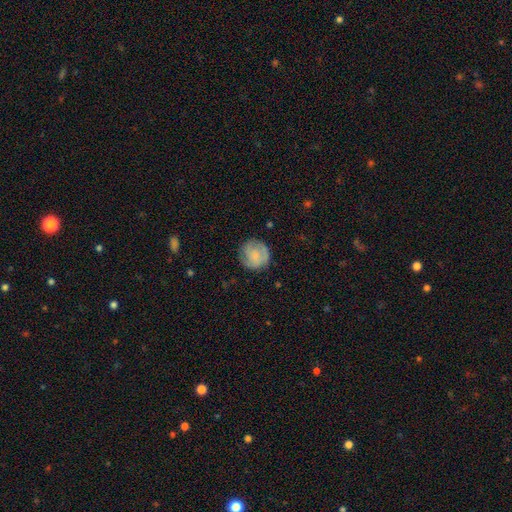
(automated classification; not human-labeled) smooth-or-featured: smooth: 57% | featured or disk: 36% | star or artifact: 7%
  how-rounded: round: 91% | in between: 8% | cigar-shaped: 1%
  merging: none: 77% | minor disturbance: 16% | major disturbance: 5% | merger: 1%